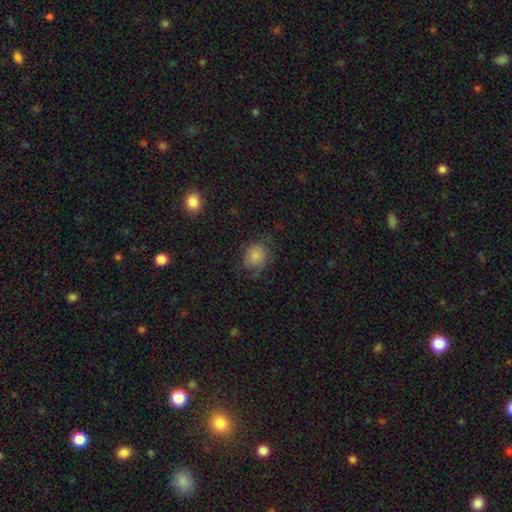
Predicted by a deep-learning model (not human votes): Overall: smooth (80%). How rounded: round (72%). Merging: none (64%).